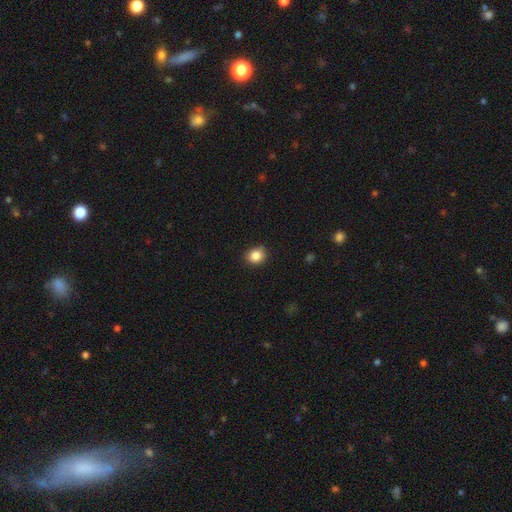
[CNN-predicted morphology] Q: Smooth or featured?
A: smooth (86%); runner-up: star or artifact (10%)
Q: How rounded?
A: round (73%); runner-up: in between (27%)
Q: Merging?
A: none (84%); runner-up: minor disturbance (12%)